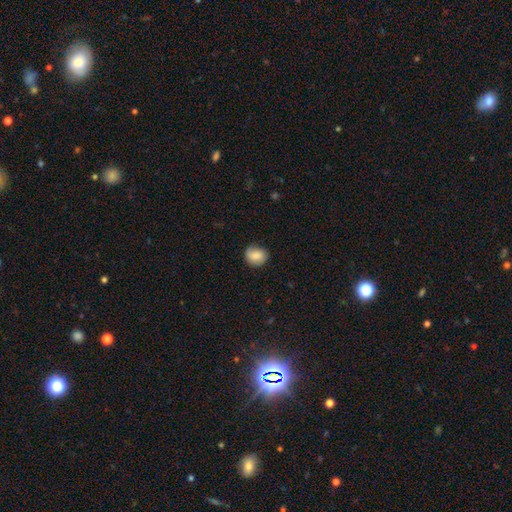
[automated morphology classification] Smooth or featured? smooth (81%)
How rounded? round (67%)
Merging? none (79%)